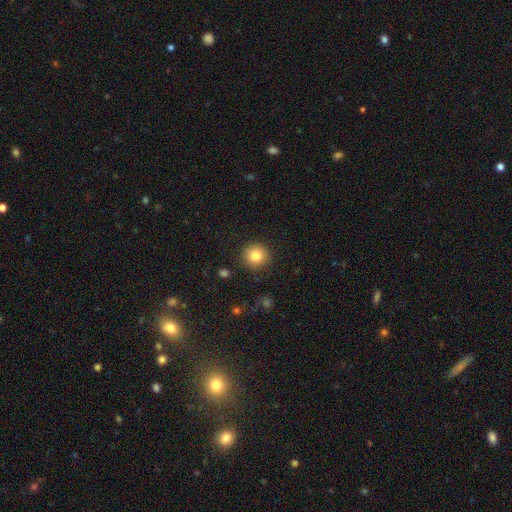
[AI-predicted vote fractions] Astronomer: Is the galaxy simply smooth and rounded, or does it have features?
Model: smooth — 82%.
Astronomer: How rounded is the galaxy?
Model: round — 94%.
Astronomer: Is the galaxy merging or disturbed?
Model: none — 90%.